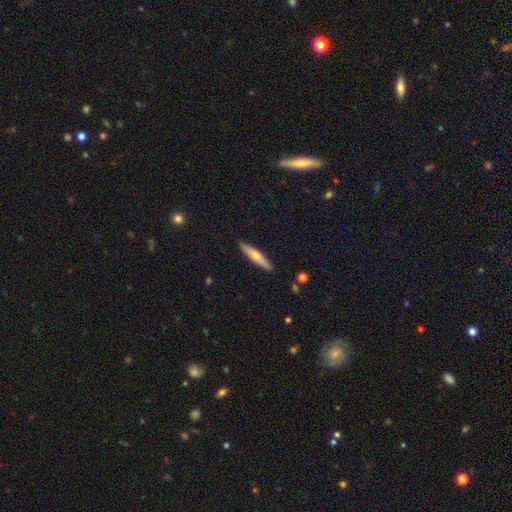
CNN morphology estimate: This appears to be a smooth galaxy with no disk features (59%) that is cigar-shaped (85%). Merging: none (90%).